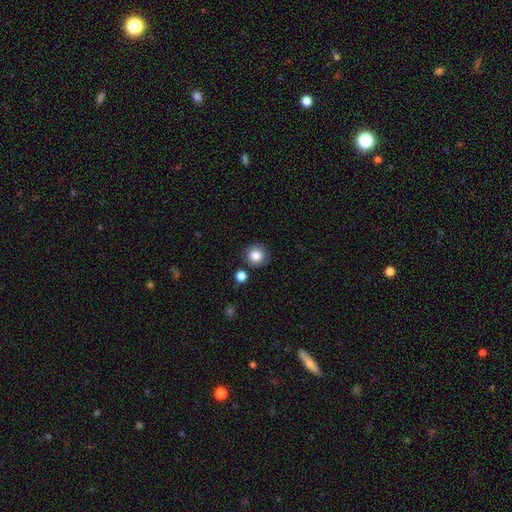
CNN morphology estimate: smooth-or-featured: smooth: 83% | star or artifact: 9% | featured or disk: 8%
  how-rounded: round: 92% | in between: 7% | cigar-shaped: 1%
  merging: none: 83% | minor disturbance: 10% | merger: 4% | major disturbance: 3%